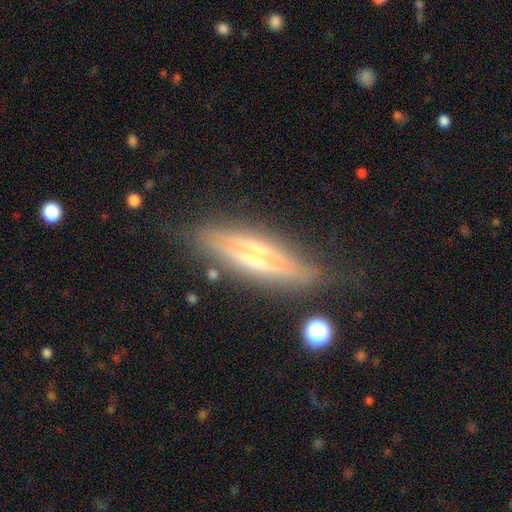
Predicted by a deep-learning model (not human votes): Q: Smooth or featured?
A: featured or disk (72%); runner-up: smooth (21%)
Q: Edge-on disk?
A: yes (93%); runner-up: no (7%)
Q: Edge-on bulge?
A: rounded (57%); runner-up: none (23%)
Q: Merging?
A: none (79%); runner-up: minor disturbance (15%)